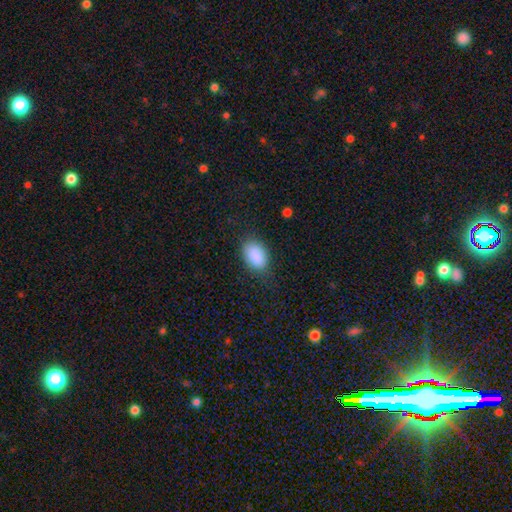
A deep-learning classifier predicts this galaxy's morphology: Overall: smooth (89%). How rounded: in between (90%). Merging: none (77%).